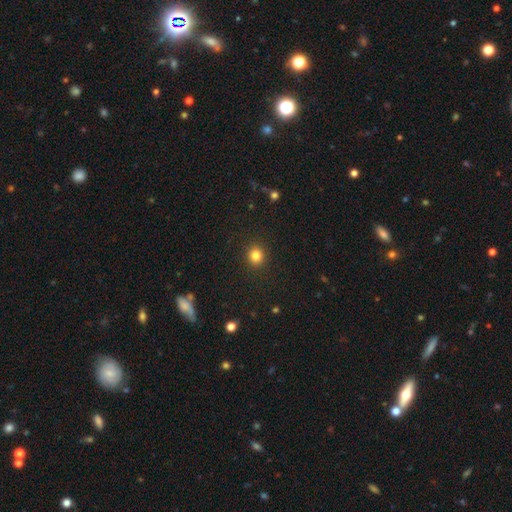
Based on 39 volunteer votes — Smooth or featured? smooth (87%)
How rounded? round (76%)
Merging? none (94%)